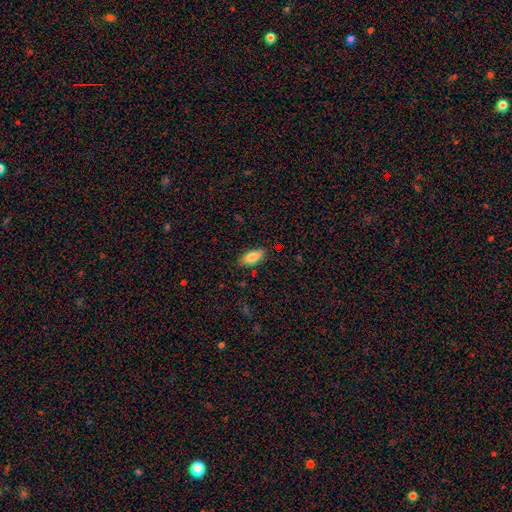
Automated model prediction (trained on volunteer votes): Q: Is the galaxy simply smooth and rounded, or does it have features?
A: smooth — 82%.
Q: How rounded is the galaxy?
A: in between — 87%.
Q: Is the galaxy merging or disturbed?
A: none — 84%.